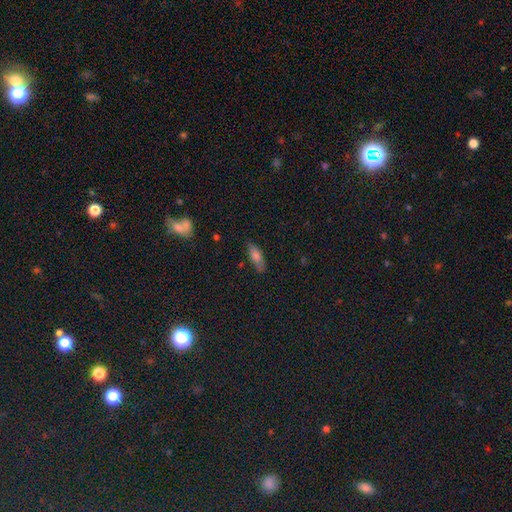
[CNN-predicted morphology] Overall: smooth (70%). How rounded: in between (59%; cigar-shaped 38%). Merging: none (79%).